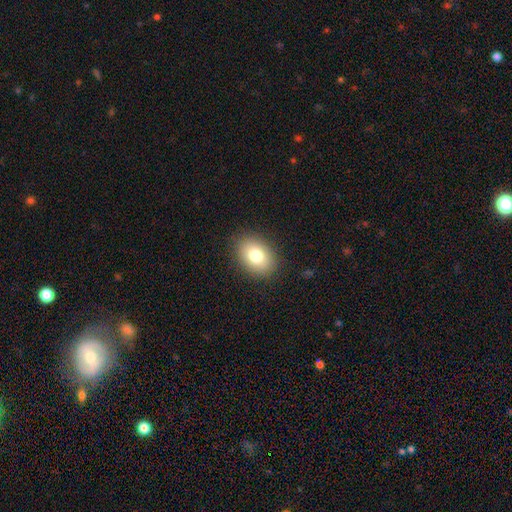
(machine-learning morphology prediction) smooth_or_featured: smooth (p=0.79) [alt: featured or disk p=0.12]
how_rounded: in between (p=0.75) [alt: round p=0.24]
merging: none (p=0.88) [alt: minor disturbance p=0.09]